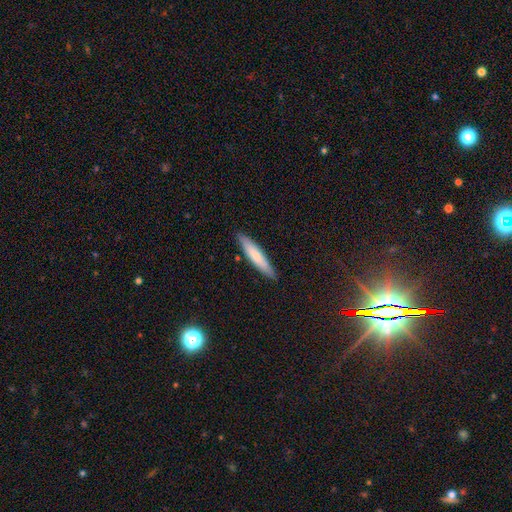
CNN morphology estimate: This is likely a smooth galaxy (74%). How rounded: clearly cigar-shaped (90%). Merging: clearly none (90%).